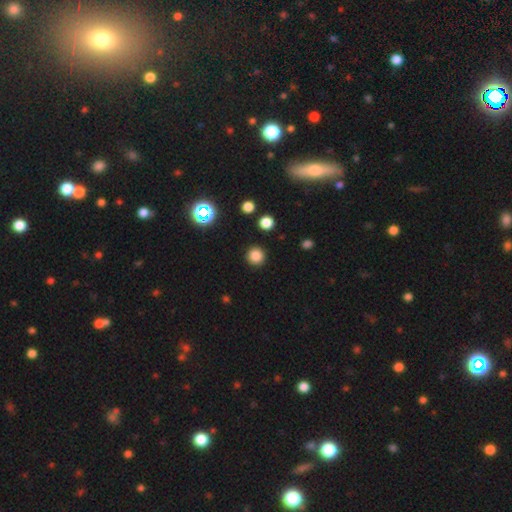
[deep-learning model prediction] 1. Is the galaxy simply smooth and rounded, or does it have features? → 81% smooth, 14% star or artifact, 4% featured or disk.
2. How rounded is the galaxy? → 94% round, 5% in between, 1% cigar-shaped.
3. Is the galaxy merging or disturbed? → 91% none, 5% minor disturbance, 2% major disturbance, 2% merger.